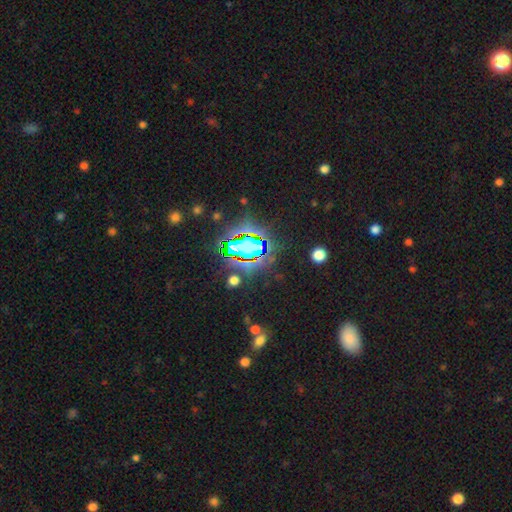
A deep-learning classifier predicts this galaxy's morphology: Smooth or featured? star or artifact (70%)